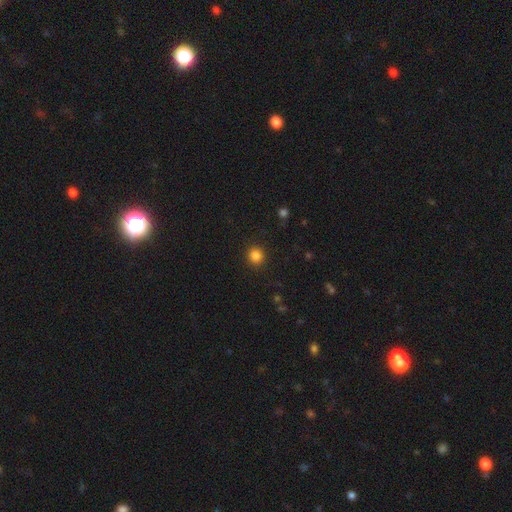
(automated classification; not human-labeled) A smooth galaxy with no disk features (85%) that is round (92%).

Vote fractions:
- Smooth or featured? smooth: 85% / star or artifact: 12% / featured or disk: 4%
- How rounded? round: 92% / in between: 7% / cigar-shaped: 1%
- Merging? none: 91% / minor disturbance: 5% / major disturbance: 2% / merger: 1%